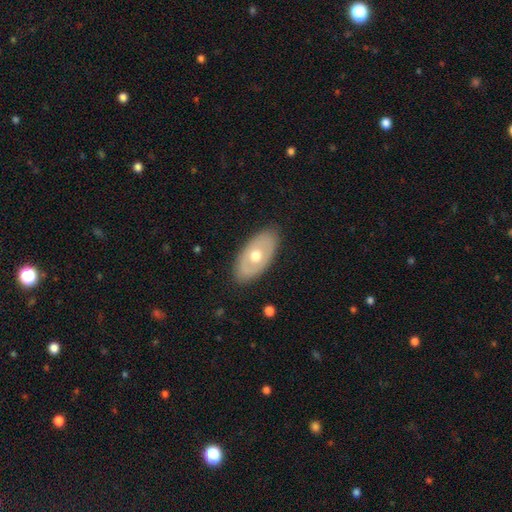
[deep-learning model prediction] The model was most divided on "smooth or featured": smooth: 49%, featured or disk: 46%, star or artifact: 5%. More confident: merging — none (85%).